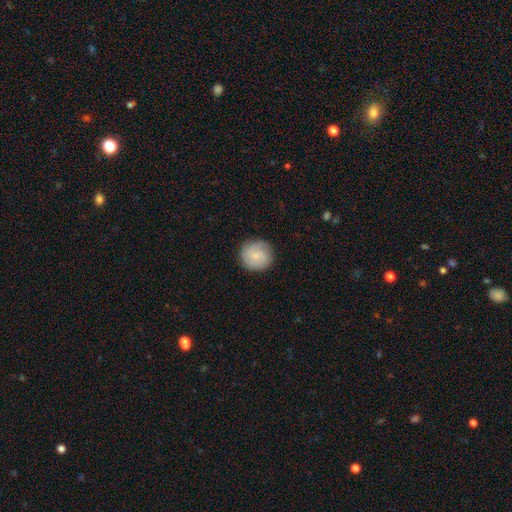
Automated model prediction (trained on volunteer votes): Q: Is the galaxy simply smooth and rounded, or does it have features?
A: smooth — 59%.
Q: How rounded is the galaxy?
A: round — 90%.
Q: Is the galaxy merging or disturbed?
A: none — 85%.